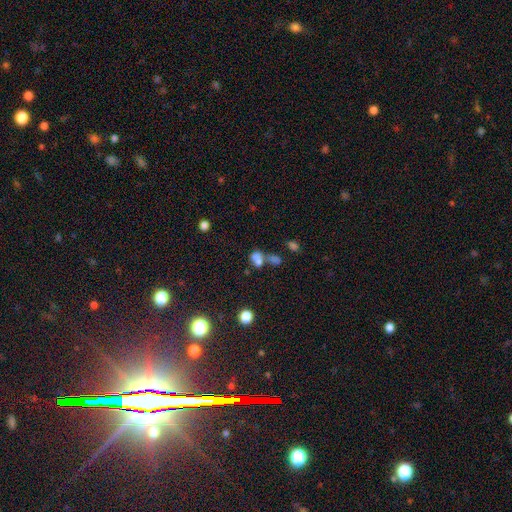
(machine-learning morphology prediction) Smooth or featured: star or artifact — 59% (smooth — 28%)